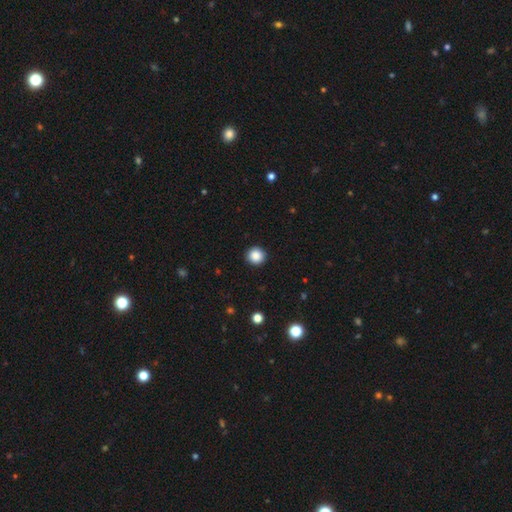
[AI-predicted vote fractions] The model was most divided on "smooth or featured": smooth: 87%, star or artifact: 10%, featured or disk: 3%. More confident: how rounded — round (94%); merging — none (93%).